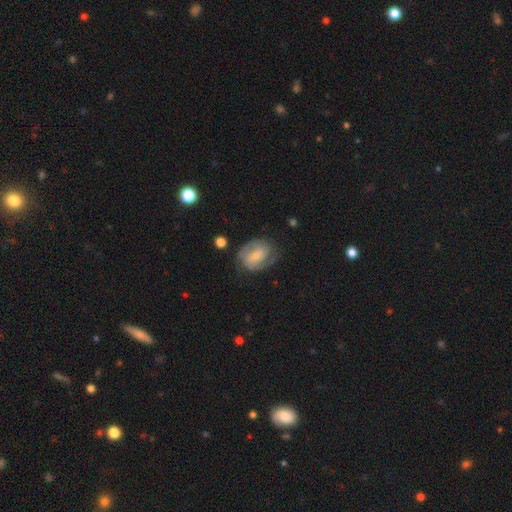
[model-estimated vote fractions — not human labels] smooth-or-featured: featured or disk: 73% | smooth: 21% | star or artifact: 6%
  disk-edge-on: no: 98% | yes: 2%
    bar: weak: 44% | no: 38% | strong: 17%
    has-spiral-arms: yes: 92% | no: 8%
      spiral-winding: medium: 43% (tied) | tight: 43% (tied) | loose: 14%
      spiral-arm-count: 2: 76% | can't tell: 12% | 3: 5% | 1: 4% | 4: 2% | more than 4: 2%
    bulge-size: small: 60% | moderate: 24% | none: 10% | large: 4% | dominant: 1%
  merging: none: 69% | minor disturbance: 19% | major disturbance: 10% | merger: 2%